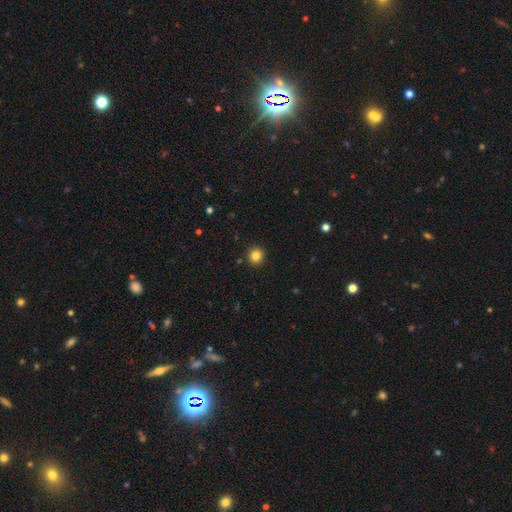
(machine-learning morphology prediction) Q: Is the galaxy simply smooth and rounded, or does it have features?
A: smooth — 83%.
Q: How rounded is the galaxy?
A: round — 92%.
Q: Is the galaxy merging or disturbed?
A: none — 92%.